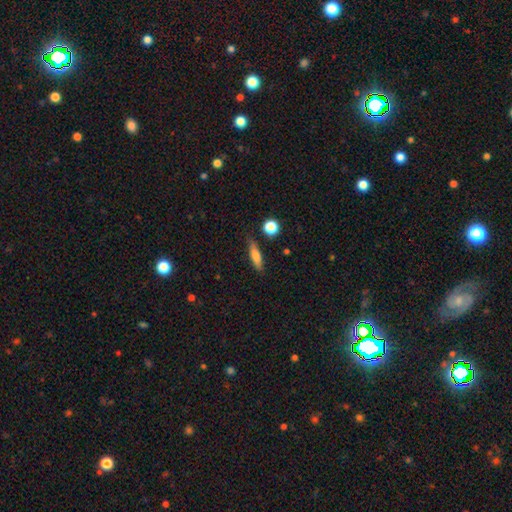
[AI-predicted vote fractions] This appears to be a smooth galaxy with no disk features (75%) that is cigar-shaped (66%). Merging: none (80%).